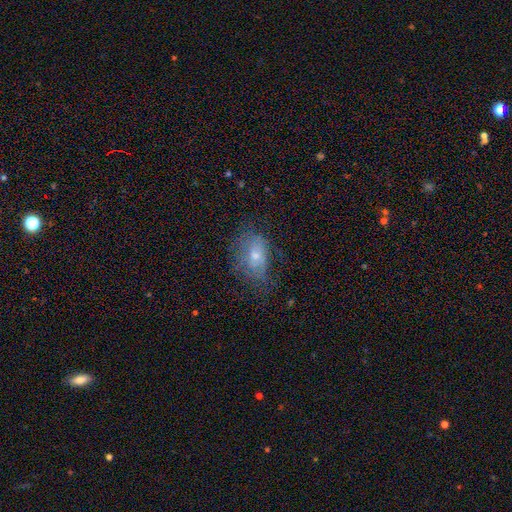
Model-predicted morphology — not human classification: This is possibly a smooth galaxy (49%). Merging: possibly none (51%).